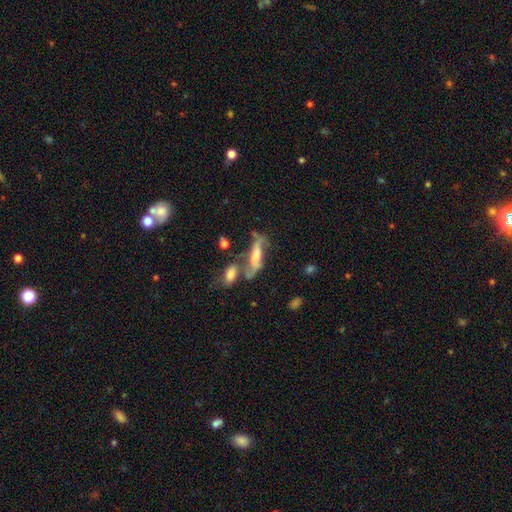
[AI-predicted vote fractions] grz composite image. It shows a featured or disk galaxy (54%). Merging: none (37%).